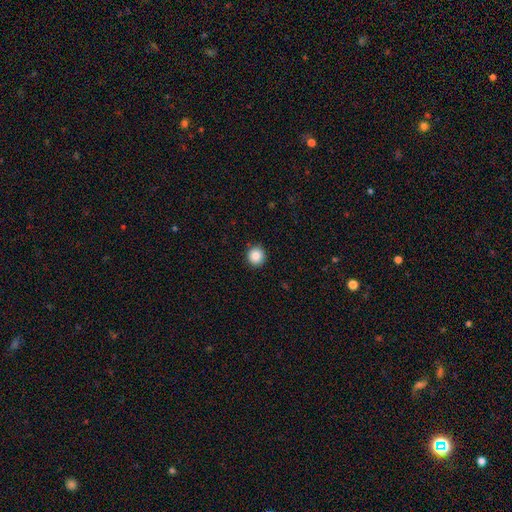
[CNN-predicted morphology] smooth-or-featured: smooth: 87% | star or artifact: 9% | featured or disk: 3%
  how-rounded: round: 94% | in between: 5% | cigar-shaped: 1%
  merging: none: 92% | minor disturbance: 5% | major disturbance: 2% | merger: 1%